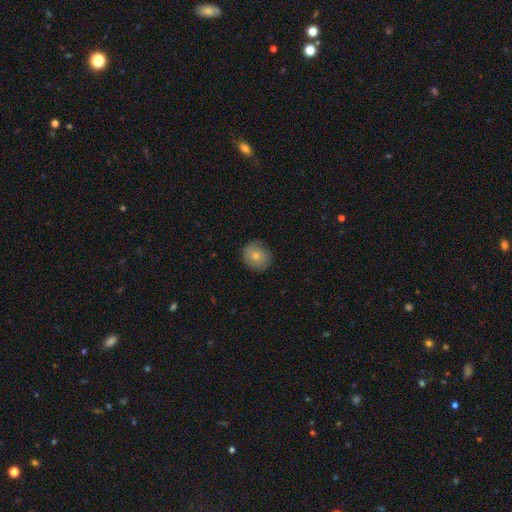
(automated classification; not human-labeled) The model was most divided on "smooth or featured": smooth: 71%, featured or disk: 19%, star or artifact: 10%. More confident: merging — none (86%); how rounded — round (79%).